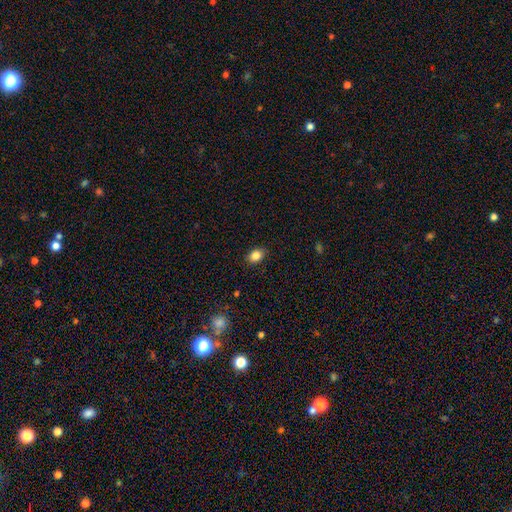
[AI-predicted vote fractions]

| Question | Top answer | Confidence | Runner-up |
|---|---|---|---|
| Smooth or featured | smooth | 85% | star or artifact (10%) |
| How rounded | in between | 73% | round (25%) |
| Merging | none | 88% | minor disturbance (9%) |